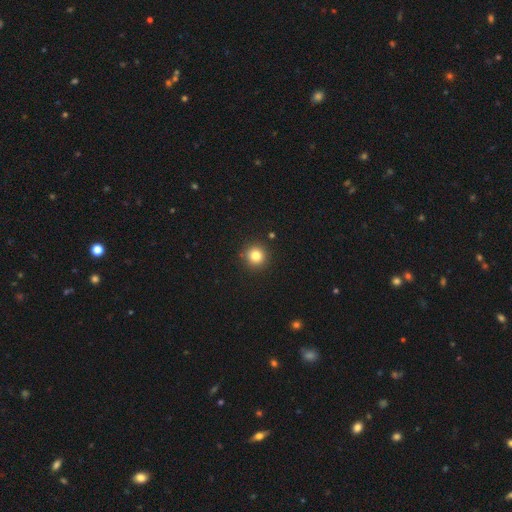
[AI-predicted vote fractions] The model was most divided on "smooth or featured": smooth: 81%, star or artifact: 12%, featured or disk: 6%. More confident: how rounded — round (95%); merging — none (90%).